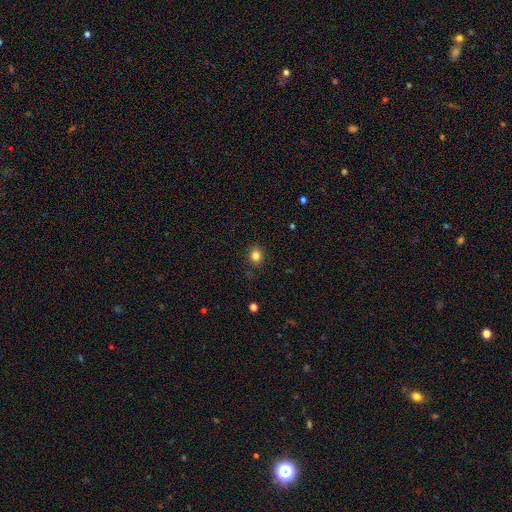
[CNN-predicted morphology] smooth-or-featured: smooth: 82% | star or artifact: 12% | featured or disk: 6%
  how-rounded: round: 67% | in between: 32% | cigar-shaped: 1%
  merging: none: 86% | minor disturbance: 10% | major disturbance: 2% | merger: 1%